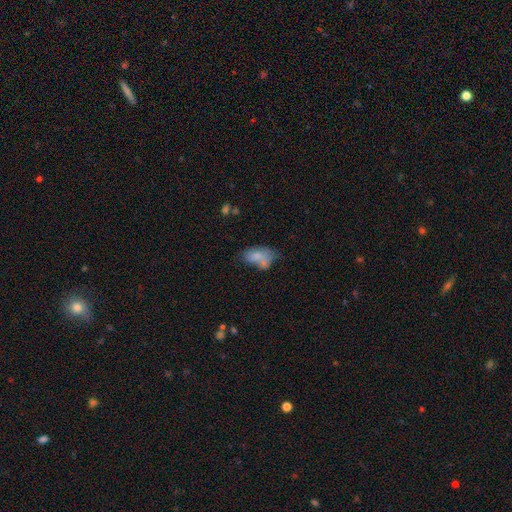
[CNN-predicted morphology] Smooth or featured? Predicted: smooth (p=0.62). How rounded? Predicted: in between (p=0.88). Merging? Predicted: none (p=0.38).